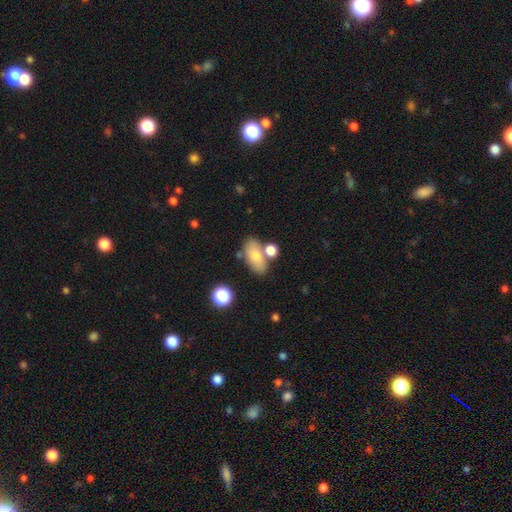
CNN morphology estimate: Overall: smooth (73%). How rounded: in between (86%). Merging: none (62%).